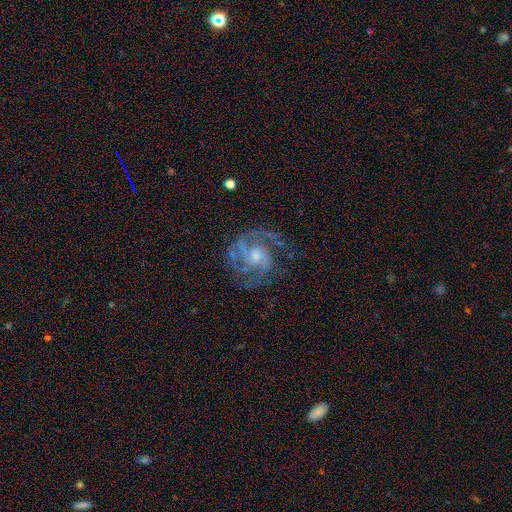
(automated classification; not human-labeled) Q: Smooth or featured?
A: featured or disk (88%); runner-up: star or artifact (6%)
Q: Edge-on disk?
A: no (98%); runner-up: yes (2%)
Q: Bar?
A: no (58%); runner-up: weak (35%)
Q: Spiral arms?
A: yes (97%); runner-up: no (3%)
Q: Spiral winding?
A: medium (49%); runner-up: tight (37%)
Q: Spiral arm count?
A: 2 (48%); runner-up: 3 (21%)
Q: Bulge size?
A: moderate (45%); runner-up: small (43%)
Q: Merging?
A: none (68%); runner-up: minor disturbance (17%)